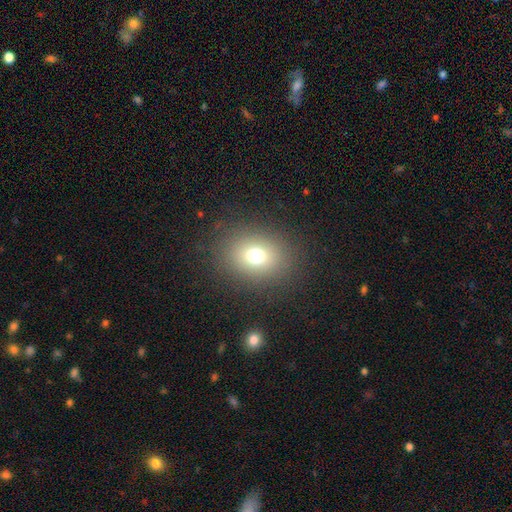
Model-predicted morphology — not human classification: Smooth or featured? Predicted: smooth (p=0.72). How rounded? Predicted: round (p=0.52). Merging? Predicted: none (p=0.85).